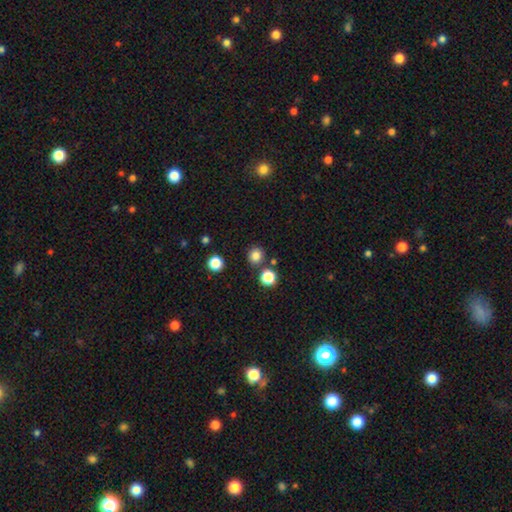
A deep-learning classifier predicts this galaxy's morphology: This appears to be a smooth galaxy with no disk features (82%) that is round (91%). Merging: none (84%).